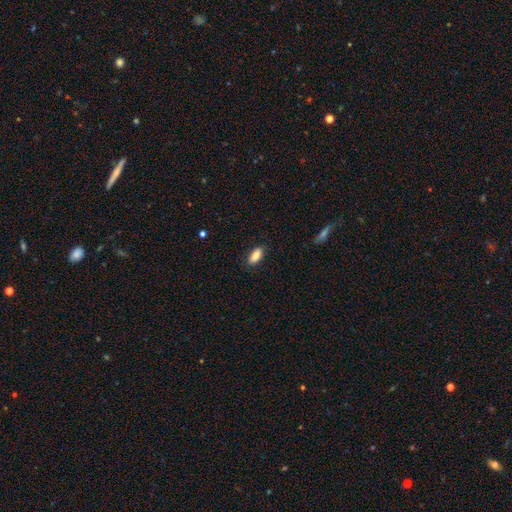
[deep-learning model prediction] Morphology: type=smooth (84%); roundness=in between (86%); merging=none (86%).